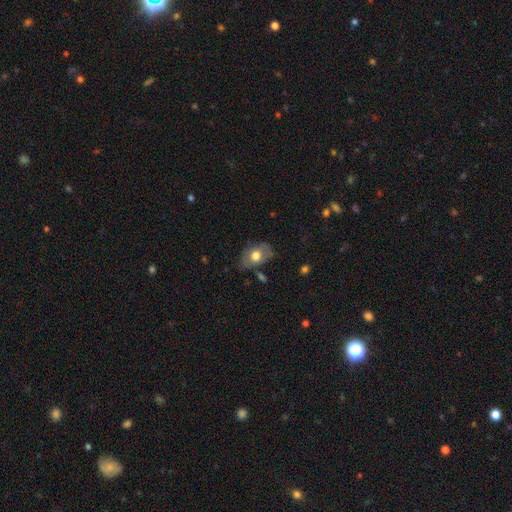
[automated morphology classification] The model was most divided on "merging": none: 57%, minor disturbance: 29%, major disturbance: 10%, merger: 4%. More confident: how rounded — in between (79%); smooth or featured — smooth (64%).